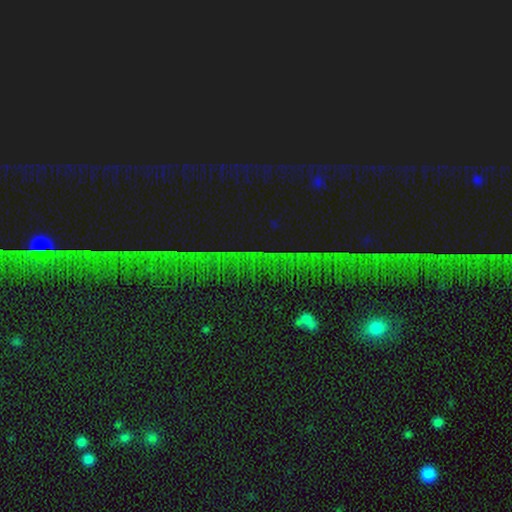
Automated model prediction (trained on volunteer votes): smooth-or-featured: star or artifact: 77% | smooth: 12% | featured or disk: 11%